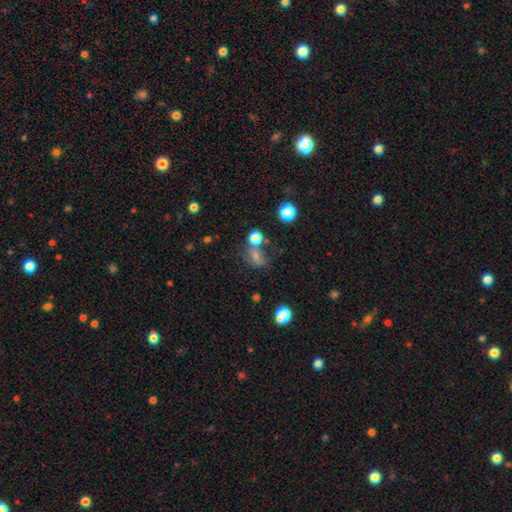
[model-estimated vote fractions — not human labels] Morphology: type=smooth (62%); roundness=in between (52%); merging=none (40%).